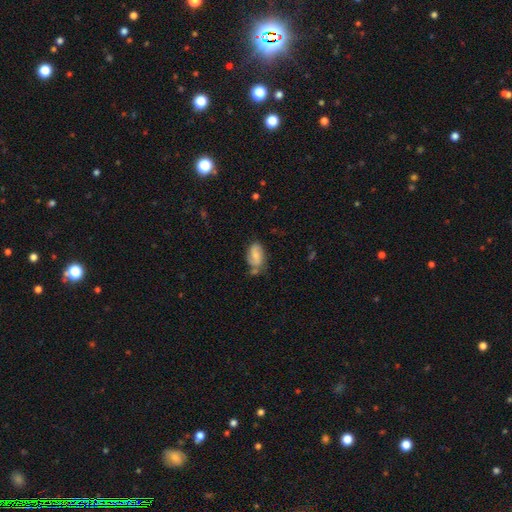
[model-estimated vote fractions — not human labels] Overall: smooth (63%; featured or disk 29%). How rounded: in between (91%). Merging: none (47%; minor disturbance 29%).